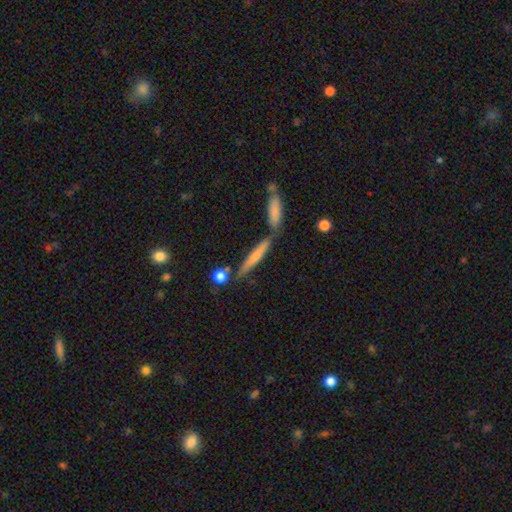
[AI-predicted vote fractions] Overall: smooth (60%; featured or disk 33%). How rounded: cigar-shaped (90%). Merging: none (69%).